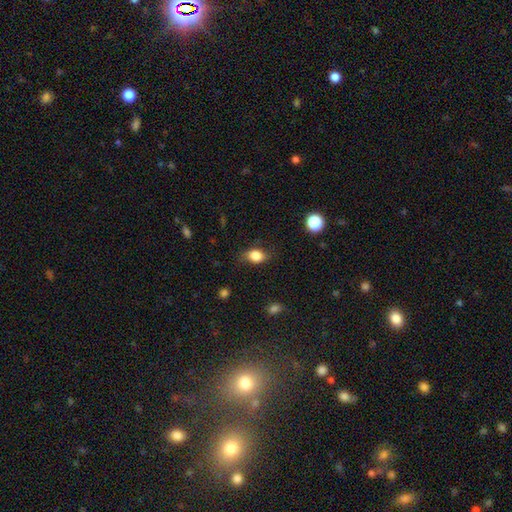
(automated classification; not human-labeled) A smooth galaxy with no disk features (82%) that is in between round and cigar-shaped (67%). Merging: none (70%).